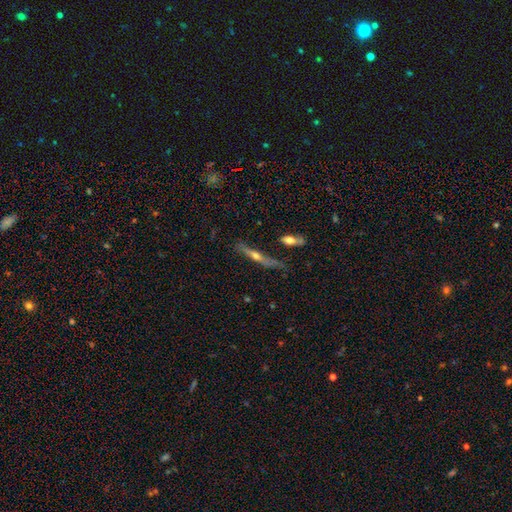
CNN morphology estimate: A featured or disk galaxy (73%) viewed edge-on (95%) with a rounded central bulge (88%).

Vote fractions:
- Smooth or featured? featured or disk: 73% / smooth: 19% / star or artifact: 9%
- Edge-on disk? yes: 95% / no: 5%
- Edge-on bulge? rounded: 88% / none: 8% / boxy: 3%
- Merging? none: 78% / minor disturbance: 13% / merger: 6% / major disturbance: 4%